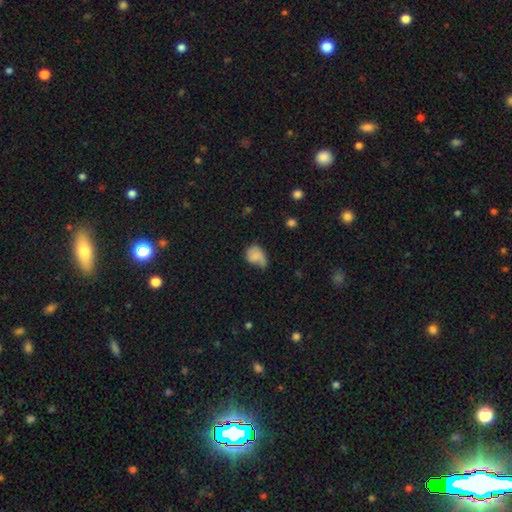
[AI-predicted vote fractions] Overall: smooth (62%; featured or disk 29%). How rounded: in between (59%; round 40%). Merging: minor disturbance (37%; none 31%).